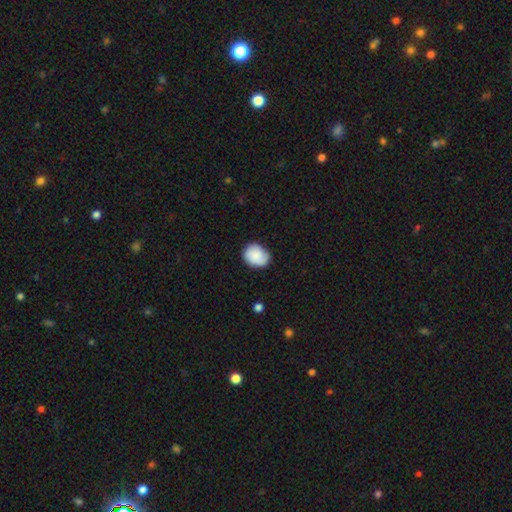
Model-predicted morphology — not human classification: Overall: smooth (82%). How rounded: round (53%; in between 46%). Merging: none (72%).